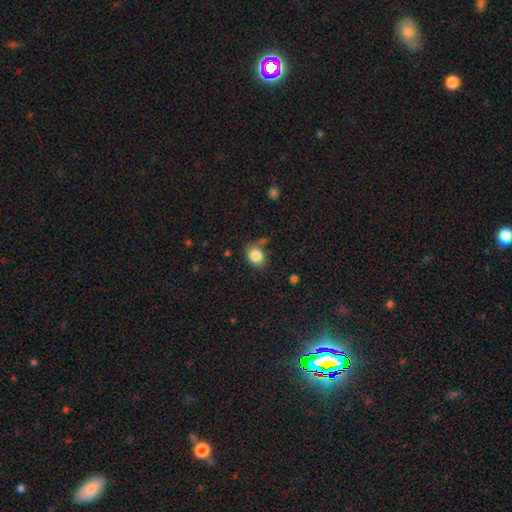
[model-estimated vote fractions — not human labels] This is clearly a smooth galaxy (85%). How rounded: possibly round (50%). Merging: likely none (65%).